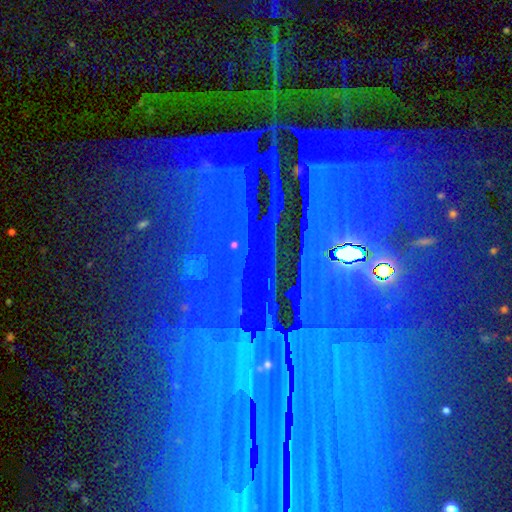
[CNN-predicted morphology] A star or artifact, not a galaxy (86%).

Vote fractions:
- Smooth or featured? star or artifact: 86% / featured or disk: 8% / smooth: 6%